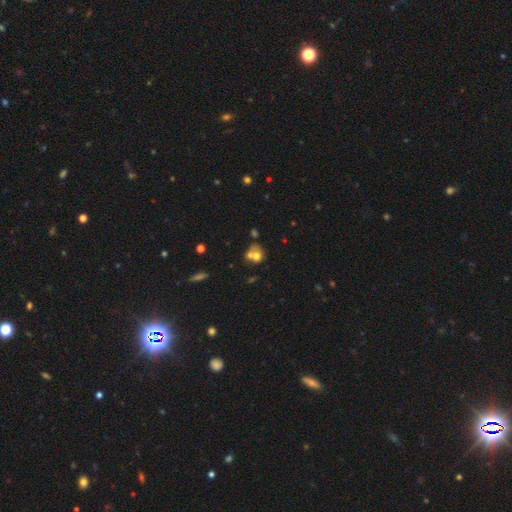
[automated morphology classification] Q: Smooth or featured?
A: smooth (63%); runner-up: featured or disk (25%)
Q: How rounded?
A: round (66%); runner-up: in between (32%)
Q: Merging?
A: merger (54%); runner-up: none (30%)